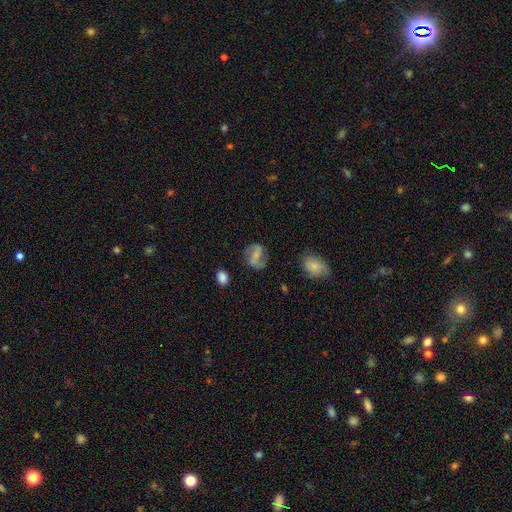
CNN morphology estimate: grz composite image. It shows a featured or disk galaxy (70%) with a weak bar (39%), 2 (90%) loose (46%) spiral arms (91%) and a small central bulge (55%). Merging: none (75%).